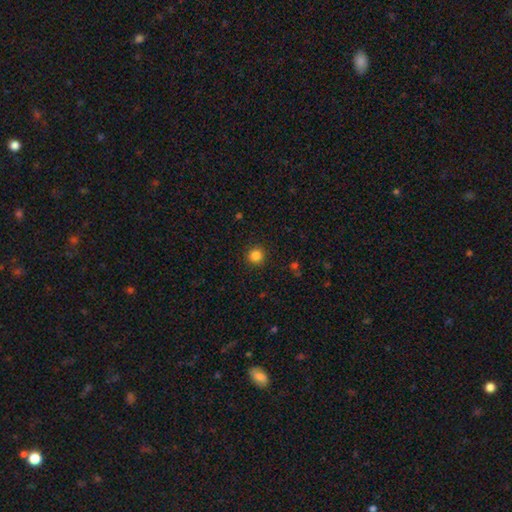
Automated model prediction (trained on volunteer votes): A smooth galaxy with no disk features (85%) that is round (94%). Merging: none (92%).